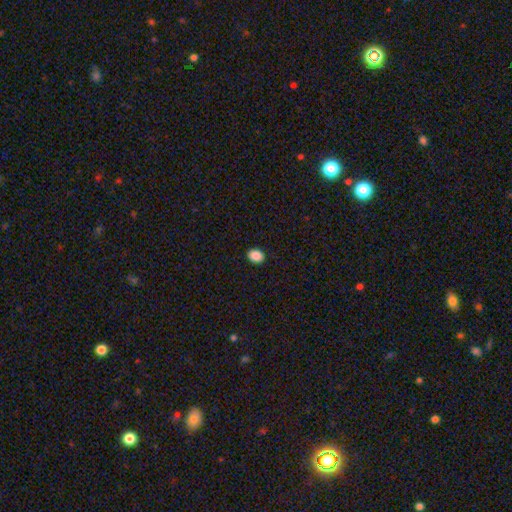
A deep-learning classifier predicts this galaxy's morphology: The model was most divided on "how rounded": in between: 61%, round: 39%, cigar-shaped: 1%. More confident: merging — none (91%); smooth or featured — smooth (89%).